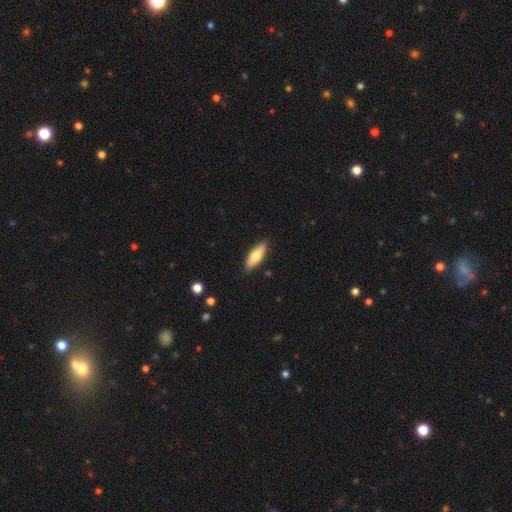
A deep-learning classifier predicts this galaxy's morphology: Smooth or featured? Predicted: smooth (p=0.72). How rounded? Predicted: in between (p=0.65). Merging? Predicted: none (p=0.87).